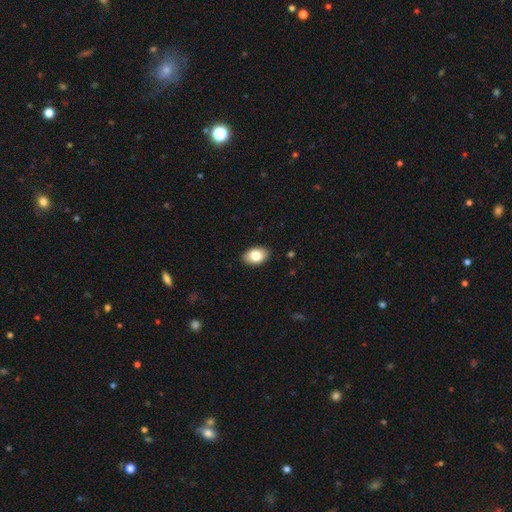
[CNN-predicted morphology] Smooth or featured: smooth — 82% (featured or disk — 11%)
How rounded: in between — 86% (round — 12%)
Merging: none — 89% (minor disturbance — 8%)